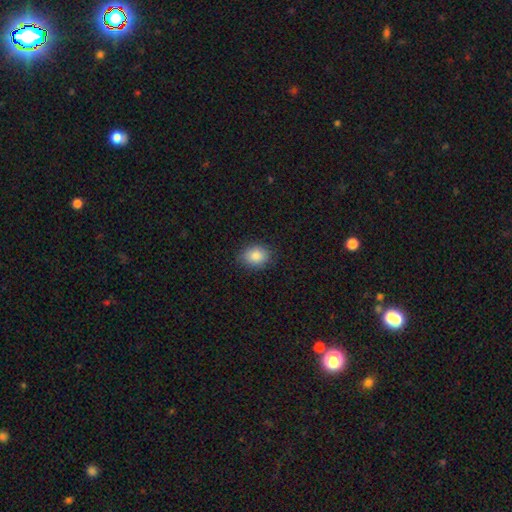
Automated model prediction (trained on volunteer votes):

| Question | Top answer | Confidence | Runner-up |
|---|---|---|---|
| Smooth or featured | smooth | 86% | star or artifact (8%) |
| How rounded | in between | 54% | round (45%) |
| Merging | none | 85% | minor disturbance (12%) |